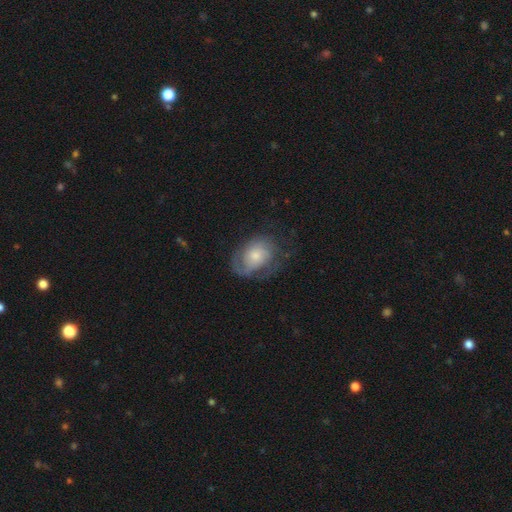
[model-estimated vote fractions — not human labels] smooth_or_featured: featured or disk (p=0.59) [alt: smooth p=0.34]
disk_edge_on: no (p=0.97) [alt: yes p=0.03]
bar: no (p=0.77) [alt: weak p=0.19]
has_spiral_arms: yes (p=0.81) [alt: no p=0.19]
bulge_size: small (p=0.48) [alt: moderate p=0.36]
merging: none (p=0.53) [alt: minor disturbance p=0.24]